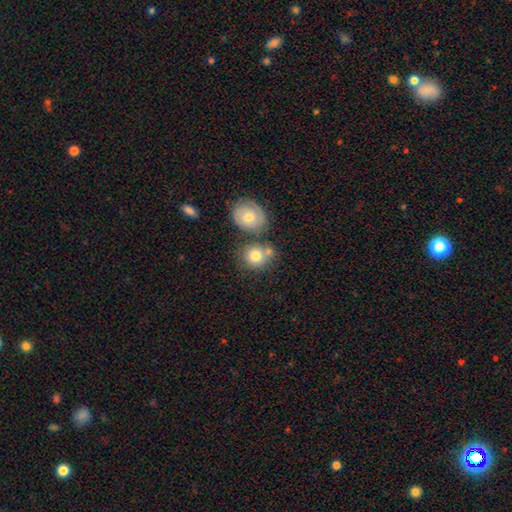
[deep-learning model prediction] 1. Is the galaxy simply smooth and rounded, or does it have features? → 76% smooth, 16% featured or disk, 8% star or artifact.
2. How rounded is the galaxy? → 79% round, 20% in between, 1% cigar-shaped.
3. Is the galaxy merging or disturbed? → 51% none, 32% merger, 12% minor disturbance, 4% major disturbance.